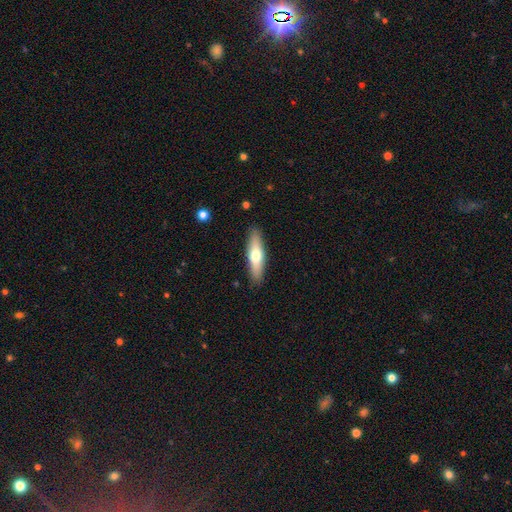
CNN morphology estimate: A smooth galaxy with no disk features (59%) that is cigar-shaped (67%).

Vote fractions:
- Smooth or featured? smooth: 59% / featured or disk: 35% / star or artifact: 5%
- How rounded? cigar-shaped: 67% / in between: 31% / round: 2%
- Merging? none: 89% / minor disturbance: 8% / major disturbance: 2% / merger: 1%